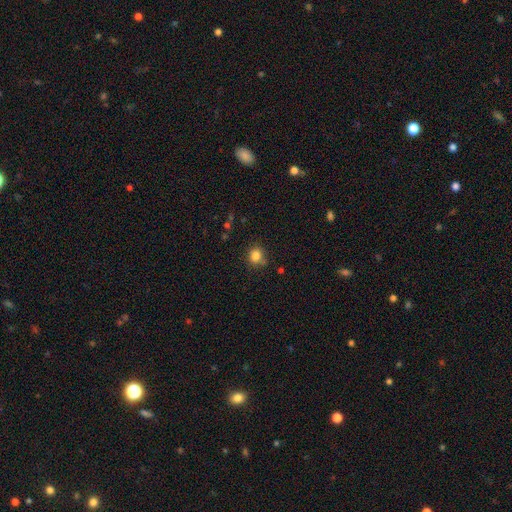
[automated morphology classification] Smooth or featured?
  - smooth: 83% *
  - star or artifact: 12%
  - featured or disk: 5%
How rounded?
  - round: 81% *
  - in between: 18%
  - cigar-shaped: 1%
Merging?
  - none: 80% *
  - minor disturbance: 12%
  - merger: 4%
  - major disturbance: 3%